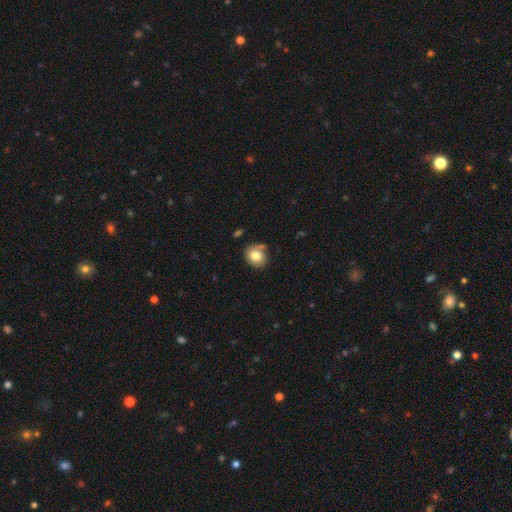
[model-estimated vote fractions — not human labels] Smooth or featured? Predicted: smooth (p=0.79). How rounded? Predicted: round (p=0.74). Merging? Predicted: none (p=0.70).